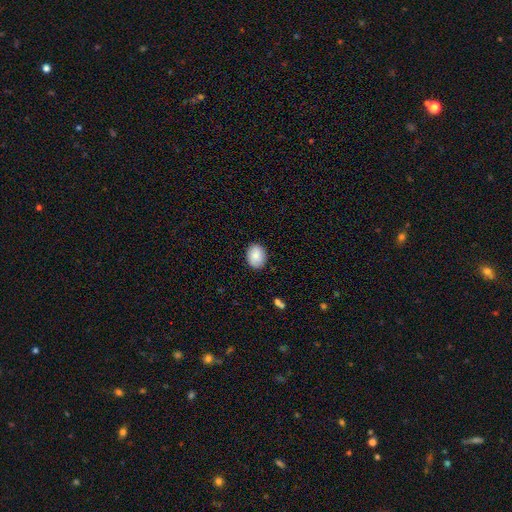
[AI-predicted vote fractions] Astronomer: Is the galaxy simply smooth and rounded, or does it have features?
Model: smooth — 85%.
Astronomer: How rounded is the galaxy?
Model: in between — 63%.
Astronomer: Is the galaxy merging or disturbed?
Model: none — 86%.